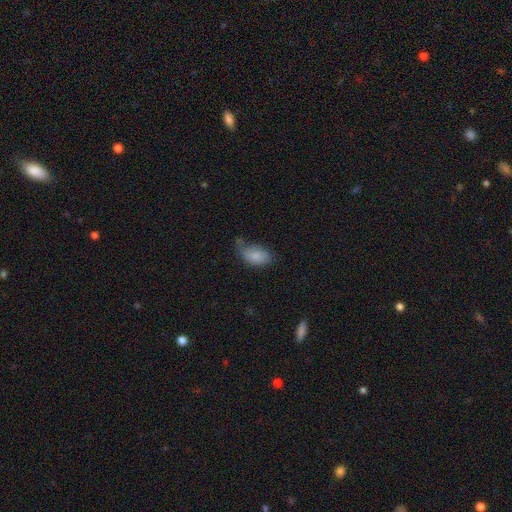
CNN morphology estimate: Smooth or featured? Predicted: smooth (p=0.81). How rounded? Predicted: in between (p=0.92). Merging? Predicted: none (p=0.46).